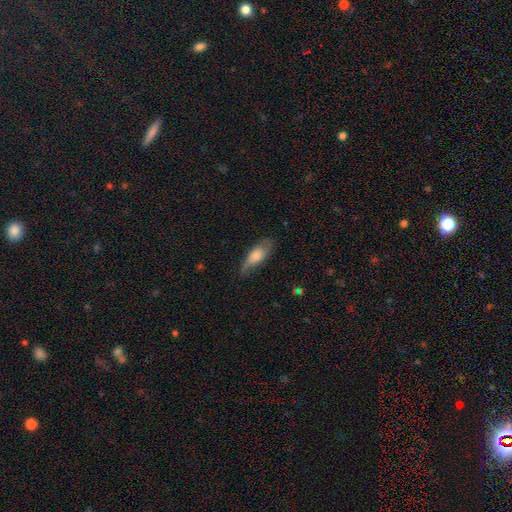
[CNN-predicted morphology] smooth 68%, featured or disk 25%, star or artifact 7%. Down the decision tree: how rounded — in between (71%); merging — none (58%).